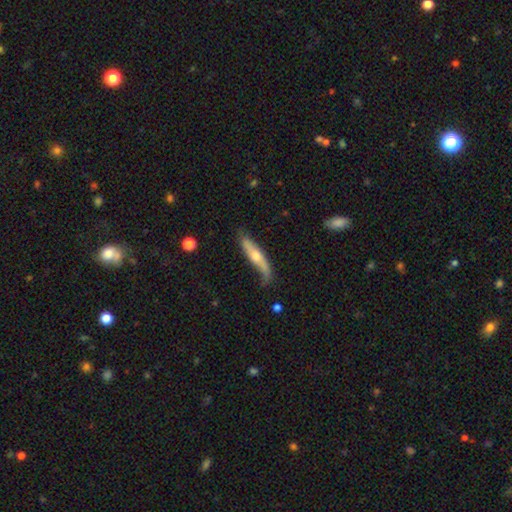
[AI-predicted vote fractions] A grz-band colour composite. It shows a featured or disk galaxy (57%) viewed edge-on (72%). Merging: none (56%).